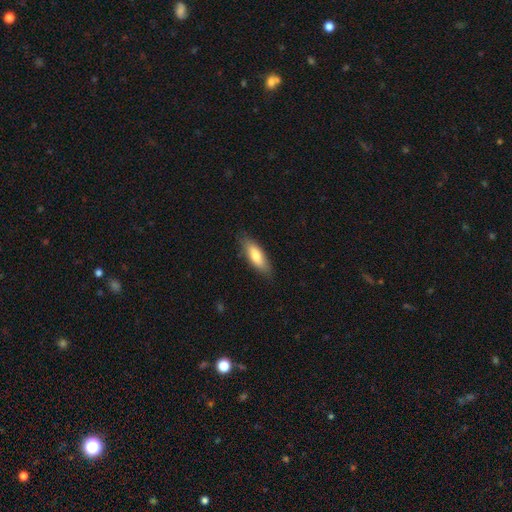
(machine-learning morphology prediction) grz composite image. It shows a smooth galaxy with no disk features (76%) that is in between round and cigar-shaped (60%). Merging: none (82%).